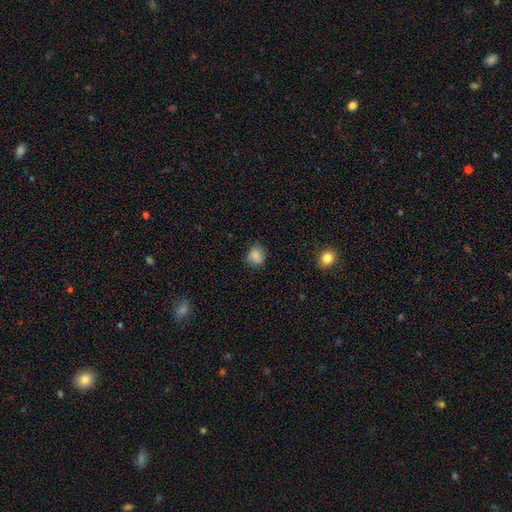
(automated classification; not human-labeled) Morphology: type=smooth (76%); roundness=round (65%); merging=none (67%).